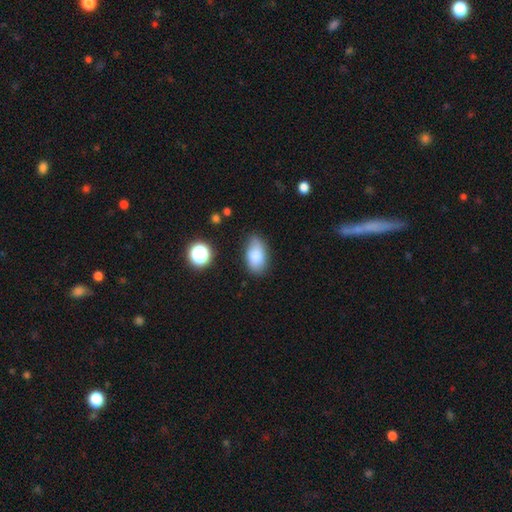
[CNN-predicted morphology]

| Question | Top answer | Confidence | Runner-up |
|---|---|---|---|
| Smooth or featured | smooth | 82% | featured or disk (10%) |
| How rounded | in between | 92% | round (6%) |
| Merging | none | 74% | minor disturbance (20%) |